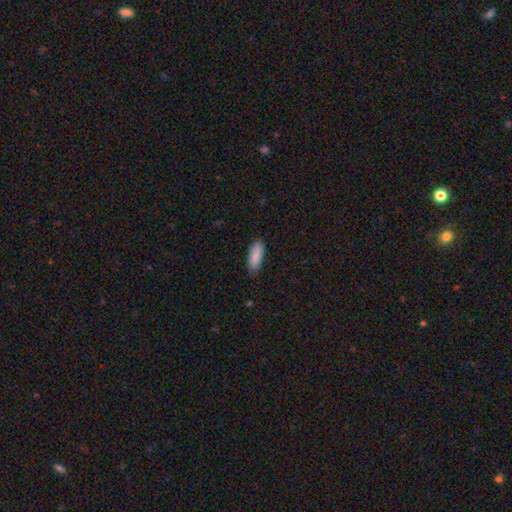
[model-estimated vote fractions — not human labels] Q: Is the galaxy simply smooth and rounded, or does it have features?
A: smooth — 88%.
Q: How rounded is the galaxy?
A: in between — 70%.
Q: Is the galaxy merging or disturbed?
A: none — 83%.